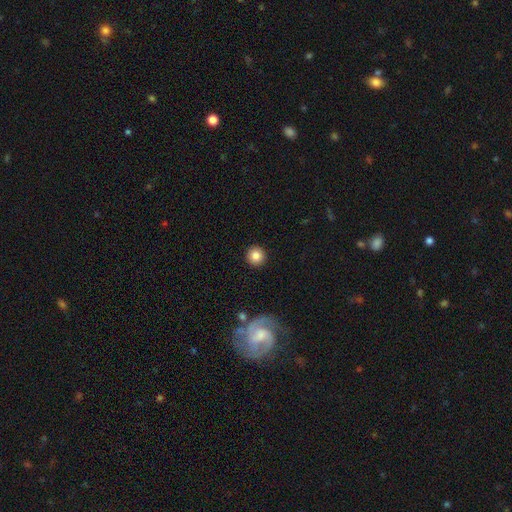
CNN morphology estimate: A smooth galaxy with no disk features (84%) that is round (95%).

Vote fractions:
- Smooth or featured? smooth: 84% / star or artifact: 10% / featured or disk: 7%
- How rounded? round: 95% / in between: 4% / cigar-shaped: 1%
- Merging? none: 91% / minor disturbance: 5% / major disturbance: 2% / merger: 2%